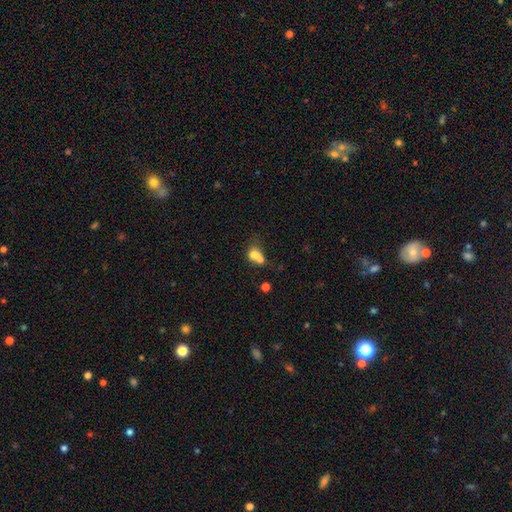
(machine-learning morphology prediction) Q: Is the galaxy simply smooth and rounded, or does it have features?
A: smooth — 69%.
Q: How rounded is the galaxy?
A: in between — 64%.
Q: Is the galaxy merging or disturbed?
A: merger — 49%.